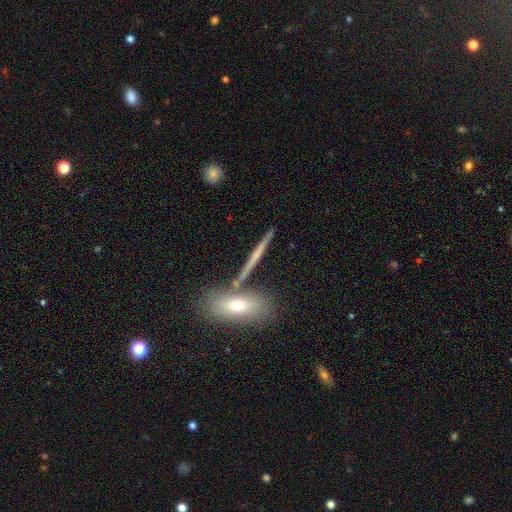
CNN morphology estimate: This appears to be a featured or disk galaxy (51%) viewed edge-on (92%). Merging: none (77%).